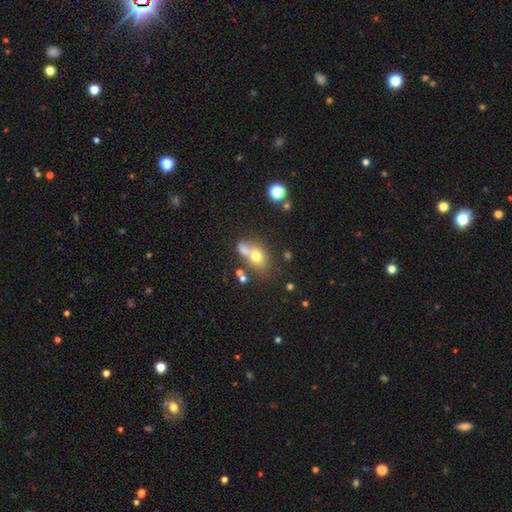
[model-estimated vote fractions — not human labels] Smooth or featured? smooth (68%)
How rounded? in between (59%)
Merging? merger (49%)